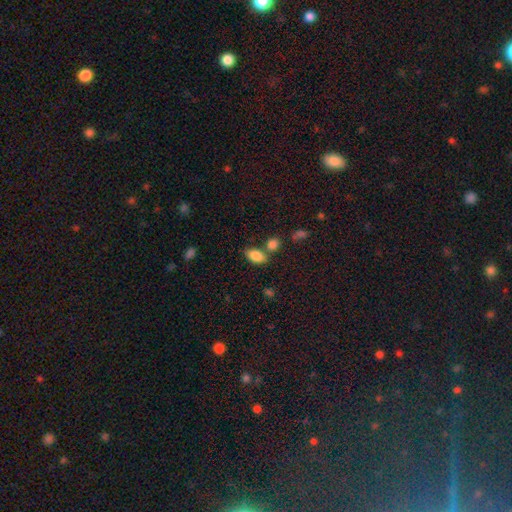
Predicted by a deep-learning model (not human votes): This is clearly a smooth galaxy (84%). How rounded: clearly in between (90%). Merging: likely none (65%).